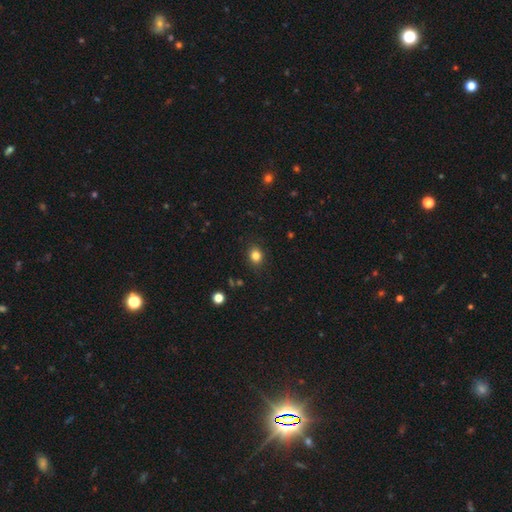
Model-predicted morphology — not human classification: Smooth or featured: smooth — 83% (star or artifact — 12%)
How rounded: round — 63% (in between — 36%)
Merging: none — 87% (minor disturbance — 9%)